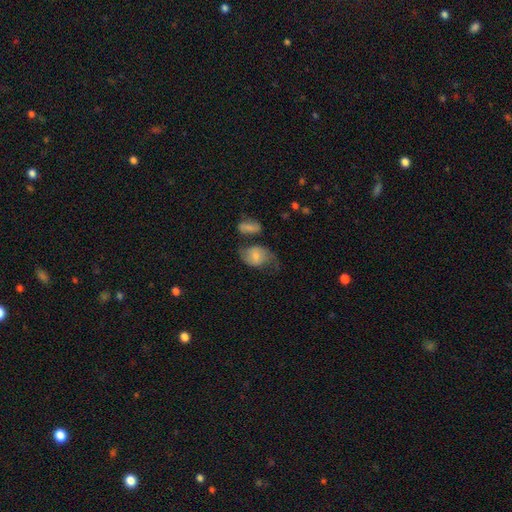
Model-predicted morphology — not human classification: This is possibly a smooth galaxy (47%). Merging: marginally none (42%).